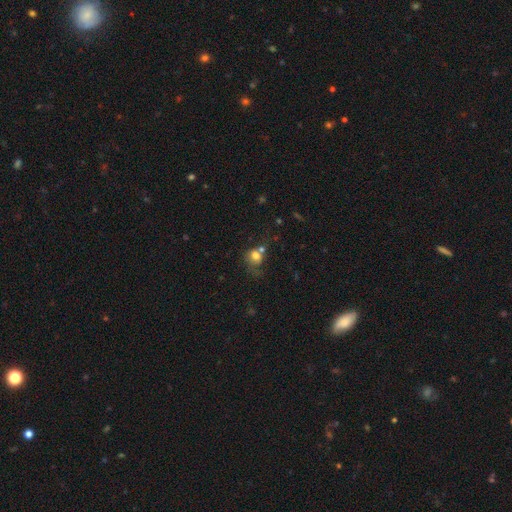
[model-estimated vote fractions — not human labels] A smooth galaxy with no disk features (73%) that is round (68%).

Vote fractions:
- Smooth or featured? smooth: 73% / featured or disk: 14% / star or artifact: 13%
- How rounded? round: 68% / in between: 31% / cigar-shaped: 1%
- Merging? none: 34% / merger: 33% / minor disturbance: 18% / major disturbance: 16%